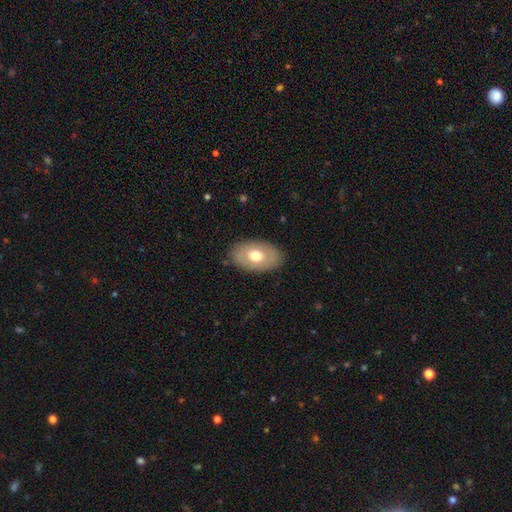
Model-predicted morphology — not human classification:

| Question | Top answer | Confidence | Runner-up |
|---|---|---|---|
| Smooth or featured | smooth | 64% | featured or disk (30%) |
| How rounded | in between | 90% | round (9%) |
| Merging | none | 85% | minor disturbance (11%) |